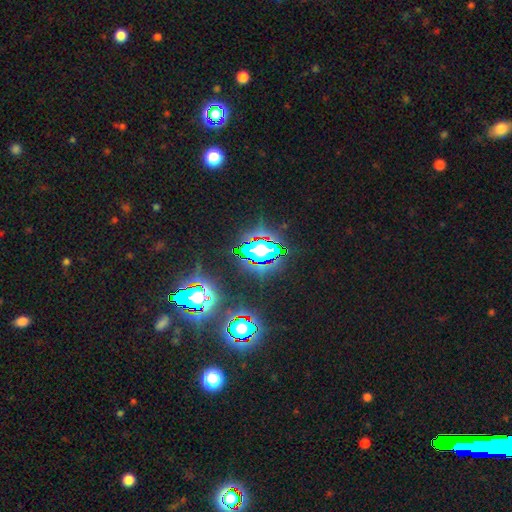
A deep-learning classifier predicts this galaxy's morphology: Smooth or featured? star or artifact (80%)